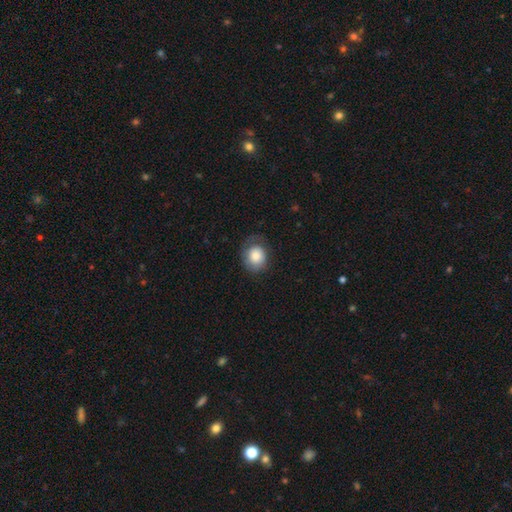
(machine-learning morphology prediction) A smooth galaxy with no disk features (78%) that is round (61%). Merging: none (60%).